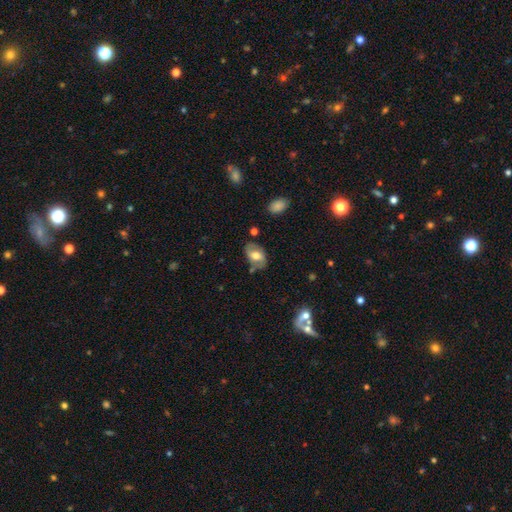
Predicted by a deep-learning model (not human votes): smooth-or-featured: smooth: 52% | featured or disk: 41% | star or artifact: 7%
  how-rounded: in between: 86% | round: 13% | cigar-shaped: 2%
  merging: none: 68% | minor disturbance: 21% | major disturbance: 6% | merger: 6%